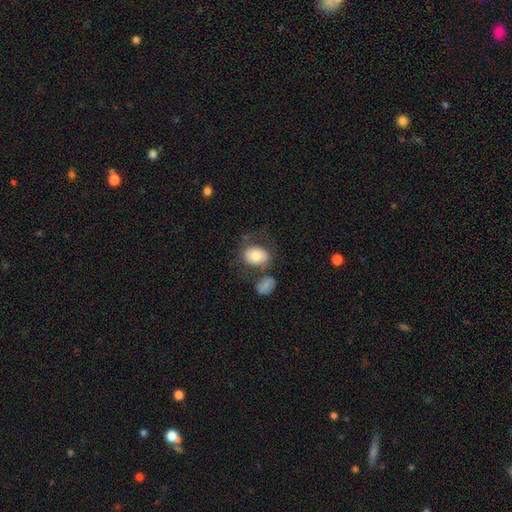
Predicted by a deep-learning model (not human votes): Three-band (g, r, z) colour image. It shows a smooth galaxy with no disk features (76%) that is in between round and cigar-shaped (67%). Merging: none (52%).